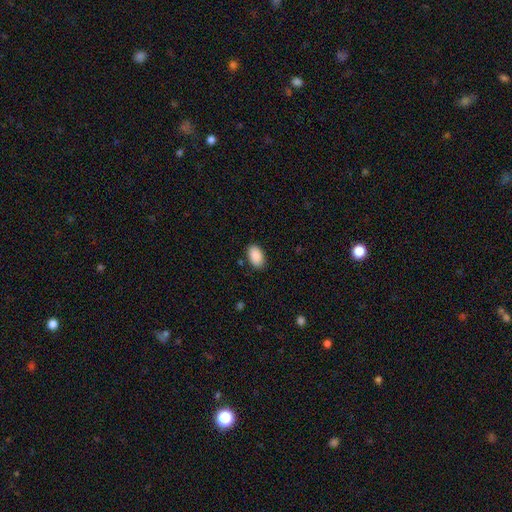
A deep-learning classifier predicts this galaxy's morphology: This is clearly a smooth galaxy (90%). How rounded: clearly in between (94%). Merging: clearly none (87%).